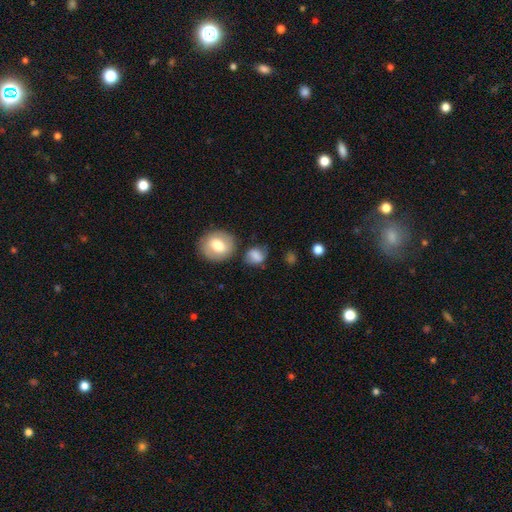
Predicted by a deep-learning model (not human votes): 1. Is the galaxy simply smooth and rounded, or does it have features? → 69% smooth, 21% featured or disk, 10% star or artifact.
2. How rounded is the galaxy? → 51% round, 47% in between, 2% cigar-shaped.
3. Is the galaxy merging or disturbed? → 58% none, 23% minor disturbance, 10% major disturbance, 9% merger.